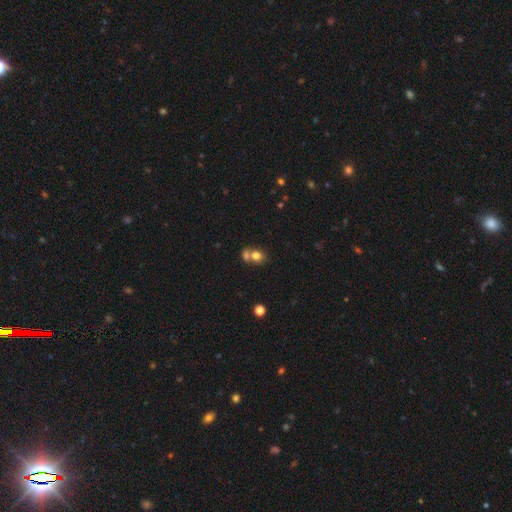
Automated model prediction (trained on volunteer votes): The model was most divided on "merging": merger: 54%, none: 36%, minor disturbance: 7%, major disturbance: 3%. More confident: smooth or featured — smooth (75%); how rounded — round (64%).